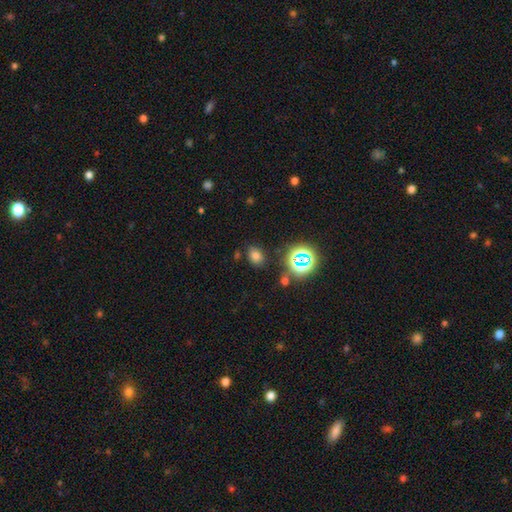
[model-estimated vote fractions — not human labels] This appears to be a smooth galaxy with no disk features (69%) that is in between round and cigar-shaped (57%). Merging: none (81%).